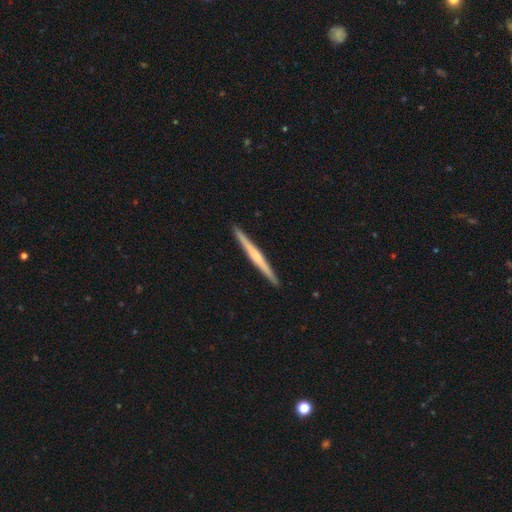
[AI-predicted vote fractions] featured or disk 64%, smooth 31%, star or artifact 5%. Down the decision tree: edge-on disk — yes (98%); edge-on bulge — rounded (48%); merging — none (93%).